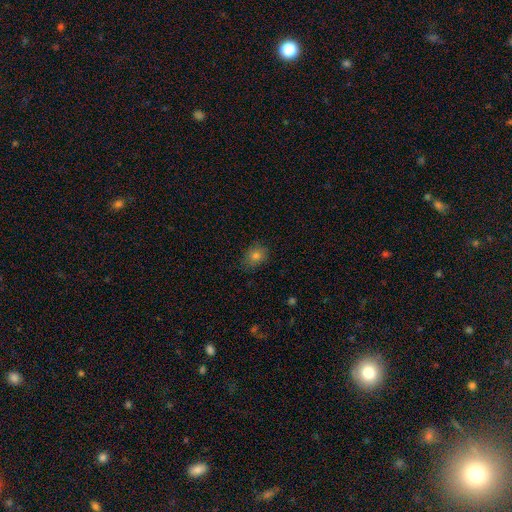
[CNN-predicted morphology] Smooth or featured? smooth (78%)
How rounded? round (59%)
Merging? none (81%)